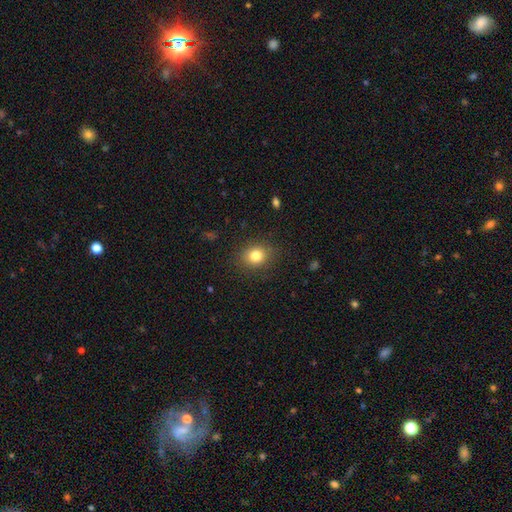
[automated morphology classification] Overall: smooth (81%). How rounded: round (63%; in between 36%). Merging: none (86%).